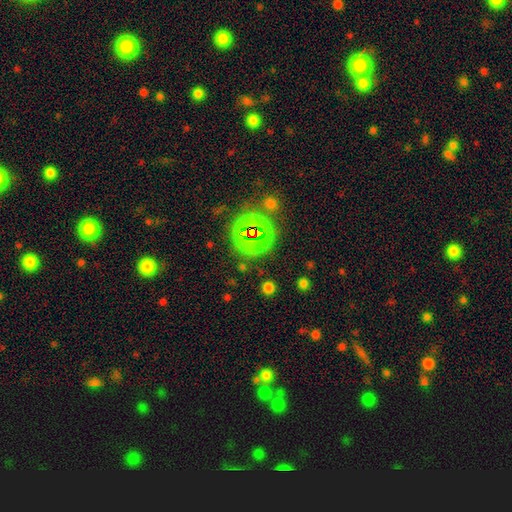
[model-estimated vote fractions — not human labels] Smooth or featured? star or artifact (68%)